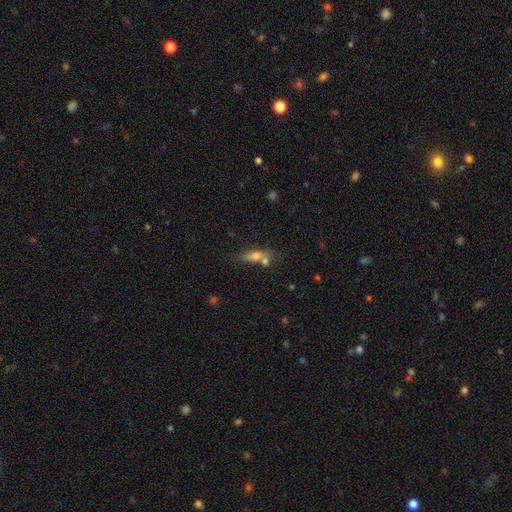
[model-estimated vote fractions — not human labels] A smooth galaxy with no disk features (63%) that is in between round and cigar-shaped (54%).

Vote fractions:
- Smooth or featured? smooth: 63% / featured or disk: 25% / star or artifact: 11%
- How rounded? in between: 54% / cigar-shaped: 38% / round: 8%
- Merging? none: 46% / merger: 34% / minor disturbance: 14% / major disturbance: 6%